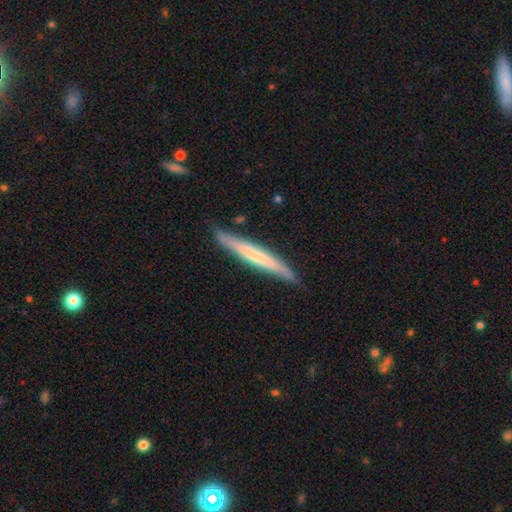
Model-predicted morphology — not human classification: Smooth or featured?
  - featured or disk: 52% *
  - smooth: 41%
  - star or artifact: 7%
Edge-on disk?
  - yes: 94% *
  - no: 6%
Merging?
  - none: 87% *
  - minor disturbance: 10%
  - major disturbance: 2%
  - merger: 1%